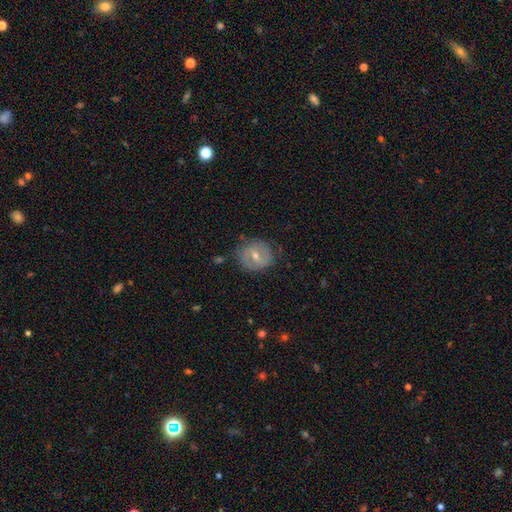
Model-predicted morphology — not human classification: The model was most divided on "bulge size": moderate: 54%, small: 43%, large: 1%, none: 1%, dominant: 1%. Remaining: edge-on disk — no (96%); merging — none (79%); spiral arms — yes (72%); smooth or featured — featured or disk (64%); bar — weak (48%).